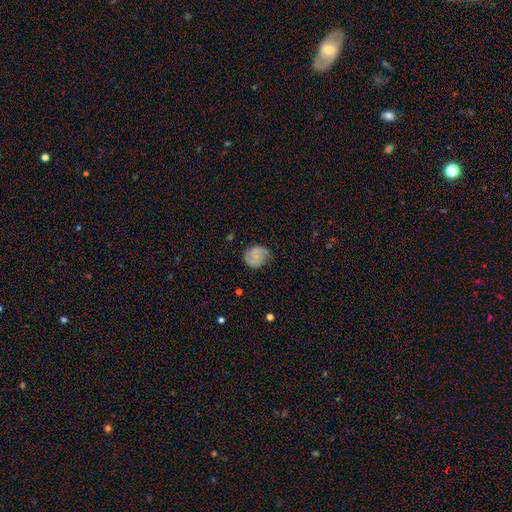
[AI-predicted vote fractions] This is possibly a smooth galaxy (48%). Merging: likely none (67%).